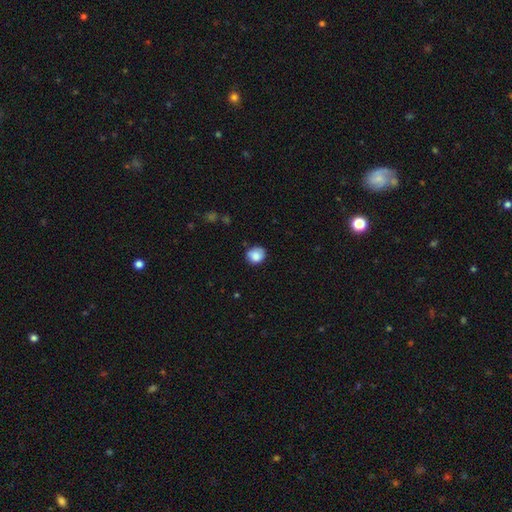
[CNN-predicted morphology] Smooth or featured? Predicted: smooth (p=0.84). How rounded? Predicted: round (p=0.73). Merging? Predicted: none (p=0.73).